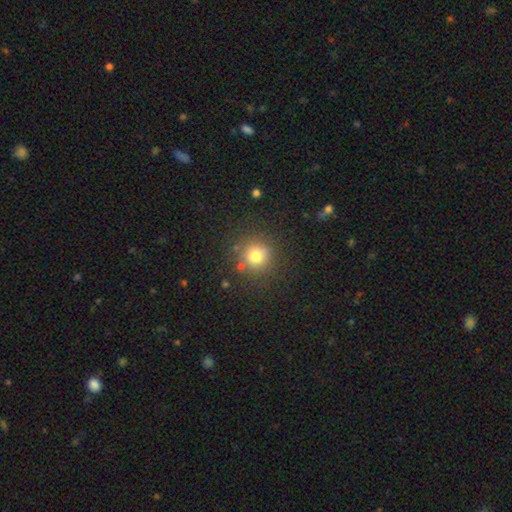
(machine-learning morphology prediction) smooth 77%, star or artifact 15%, featured or disk 8%. Down the decision tree: how rounded — round (93%); merging — none (84%).